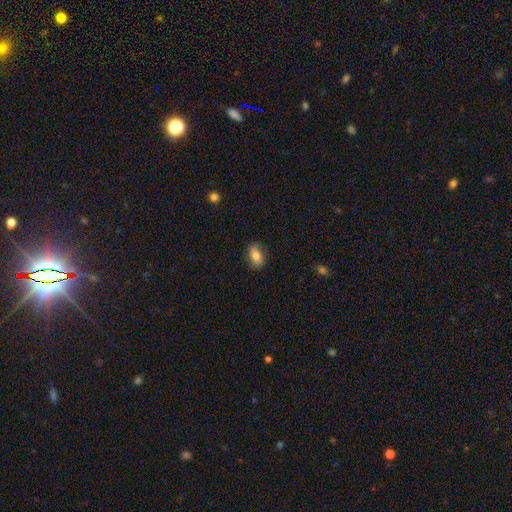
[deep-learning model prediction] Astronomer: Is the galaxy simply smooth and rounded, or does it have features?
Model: smooth — 72%.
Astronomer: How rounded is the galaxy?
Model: in between — 84%.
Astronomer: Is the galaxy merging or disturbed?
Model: none — 79%.